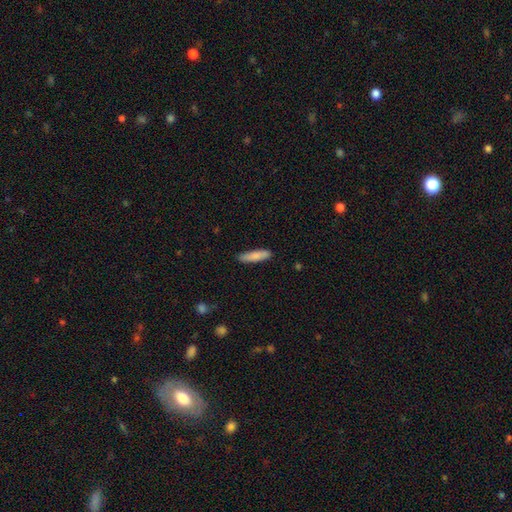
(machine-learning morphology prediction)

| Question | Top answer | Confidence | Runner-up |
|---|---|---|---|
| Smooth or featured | smooth | 84% | featured or disk (10%) |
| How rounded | cigar-shaped | 75% | in between (24%) |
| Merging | none | 86% | minor disturbance (11%) |